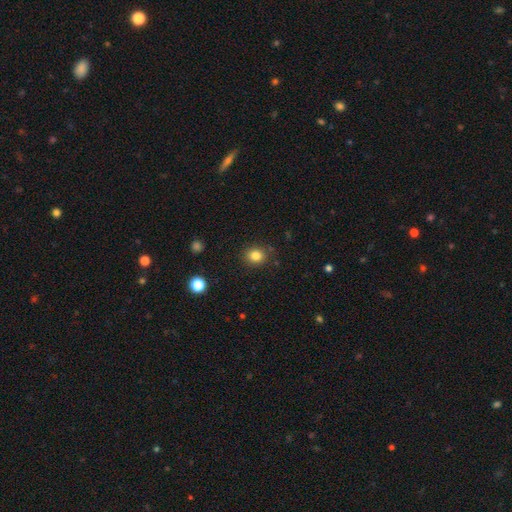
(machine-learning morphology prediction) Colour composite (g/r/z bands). It shows a smooth galaxy with no disk features (83%) that is round (74%). Merging: none (86%).